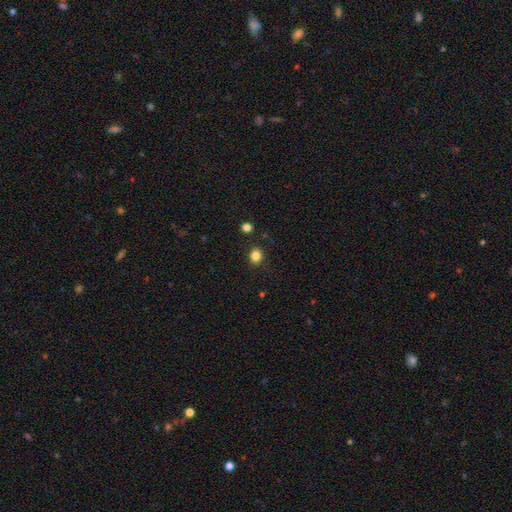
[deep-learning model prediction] smooth_or_featured: smooth (p=0.84) [alt: star or artifact p=0.12]
how_rounded: round (p=0.68) [alt: in between p=0.31]
merging: none (p=0.87) [alt: minor disturbance p=0.08]